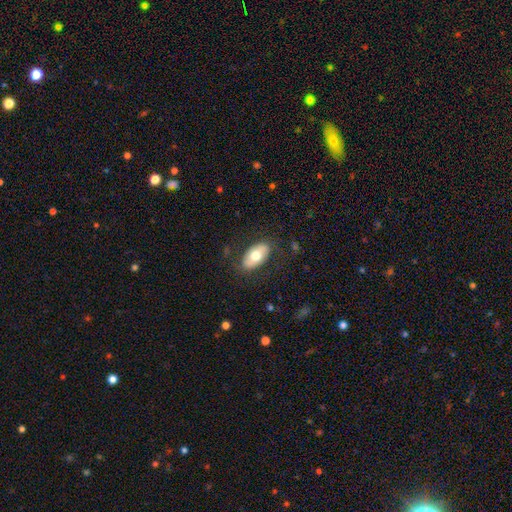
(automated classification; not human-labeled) A smooth galaxy with no disk features (67%) that is in between round and cigar-shaped (94%).

Vote fractions:
- Smooth or featured? smooth: 67% / featured or disk: 27% / star or artifact: 6%
- How rounded? in between: 94% / round: 4% / cigar-shaped: 2%
- Merging? none: 81% / minor disturbance: 13% / major disturbance: 5% / merger: 1%